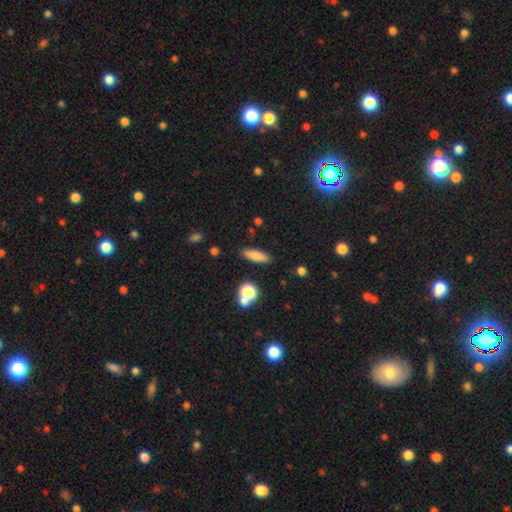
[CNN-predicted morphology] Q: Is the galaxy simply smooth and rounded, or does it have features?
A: smooth — 79%.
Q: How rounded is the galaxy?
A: cigar-shaped — 49%.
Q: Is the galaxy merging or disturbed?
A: none — 86%.